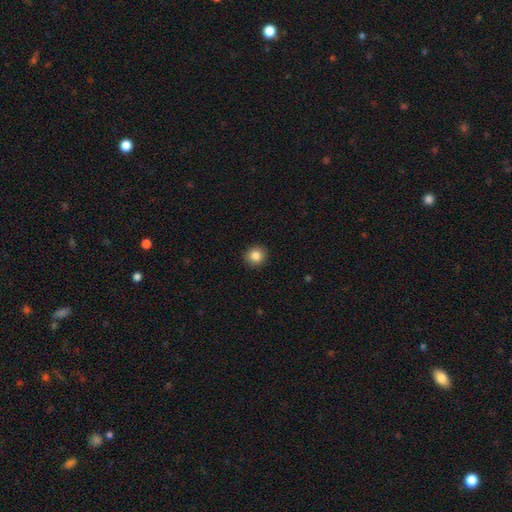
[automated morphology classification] This appears to be a smooth galaxy with no disk features (85%) that is round (89%). Merging: none (92%).